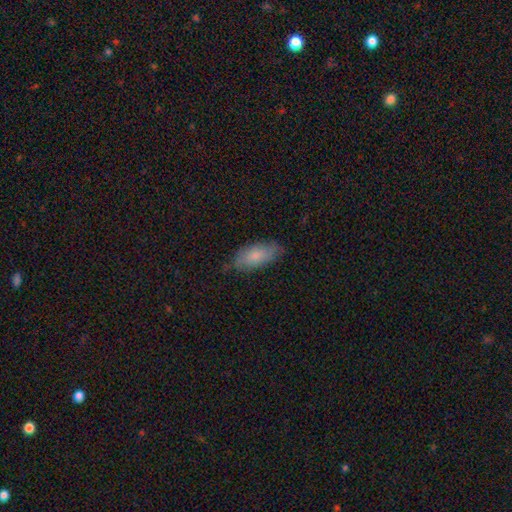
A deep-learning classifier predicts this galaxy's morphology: type=smooth (78%); roundness=in between (85%); merging=none (74%).